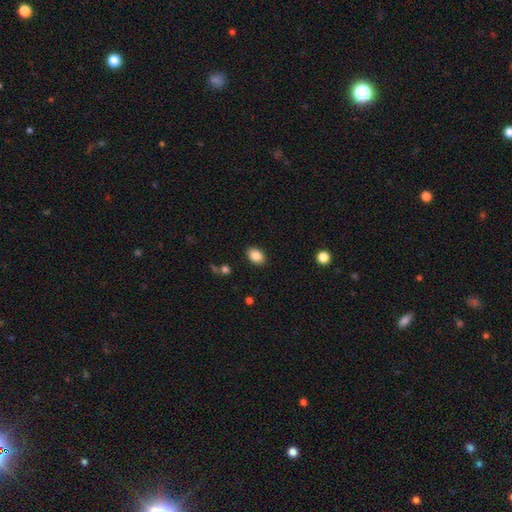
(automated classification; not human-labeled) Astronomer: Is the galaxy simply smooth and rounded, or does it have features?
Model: smooth — 87%.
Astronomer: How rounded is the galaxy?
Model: in between — 80%.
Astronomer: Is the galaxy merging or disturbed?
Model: none — 87%.